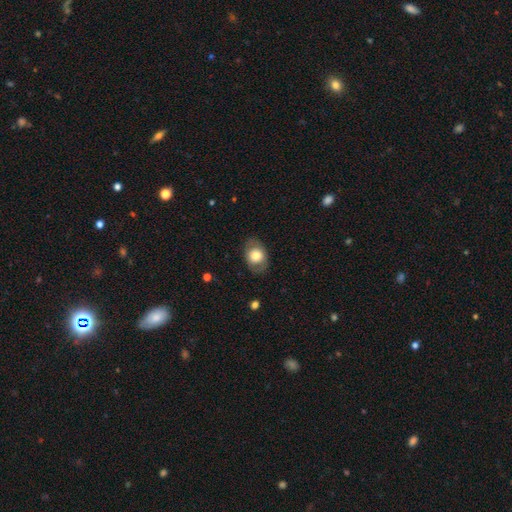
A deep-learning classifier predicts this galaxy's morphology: This is likely a smooth galaxy (66%). How rounded: likely in between (65%). Merging: likely none (80%).